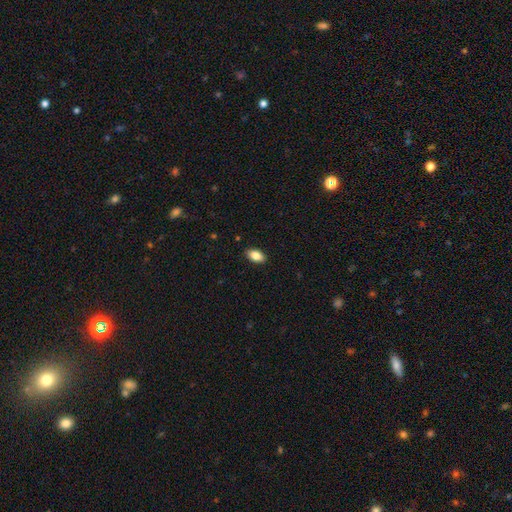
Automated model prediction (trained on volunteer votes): smooth_or_featured: smooth (p=0.85) [alt: featured or disk p=0.08]
how_rounded: in between (p=0.92) [alt: round p=0.05]
merging: none (p=0.89) [alt: minor disturbance p=0.08]